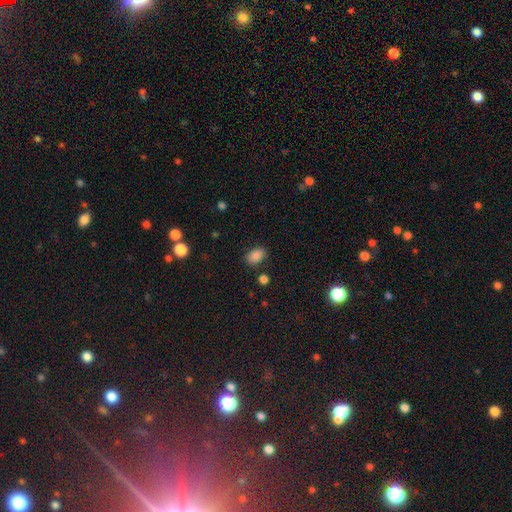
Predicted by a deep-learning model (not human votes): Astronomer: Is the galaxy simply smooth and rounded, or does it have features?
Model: smooth — 85%.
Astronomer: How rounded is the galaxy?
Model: in between — 82%.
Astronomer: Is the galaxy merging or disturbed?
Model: none — 83%.